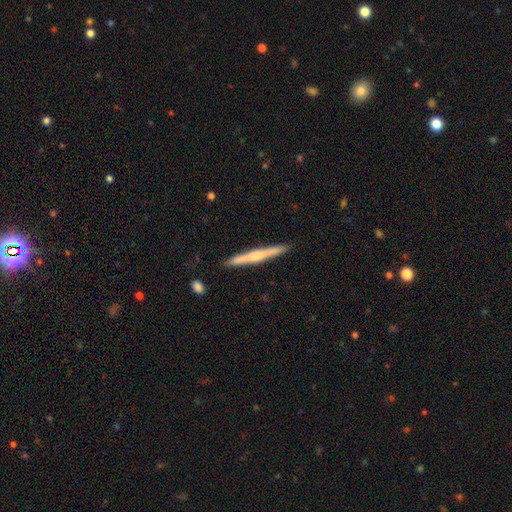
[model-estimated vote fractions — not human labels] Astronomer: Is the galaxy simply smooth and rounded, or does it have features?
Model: featured or disk — 60% (runner-up: smooth, 35%).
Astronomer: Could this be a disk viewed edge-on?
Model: yes — 98%.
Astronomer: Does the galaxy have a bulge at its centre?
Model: rounded — 64%.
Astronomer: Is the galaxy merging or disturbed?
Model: none — 91%.